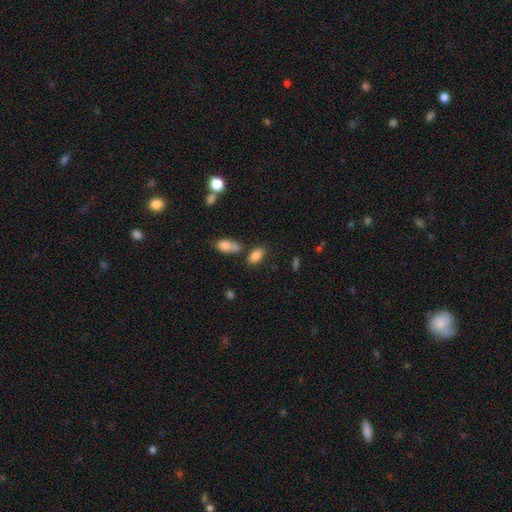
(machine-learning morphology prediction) Overall: smooth (84%). How rounded: in between (91%). Merging: none (61%).